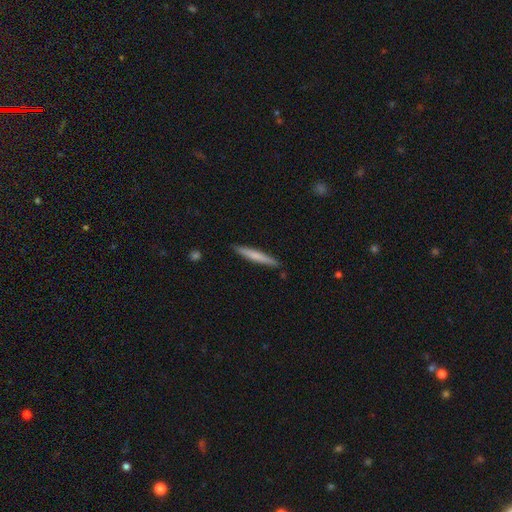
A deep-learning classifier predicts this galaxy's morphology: Overall: smooth (66%; featured or disk 29%). How rounded: cigar-shaped (95%). Merging: none (89%).